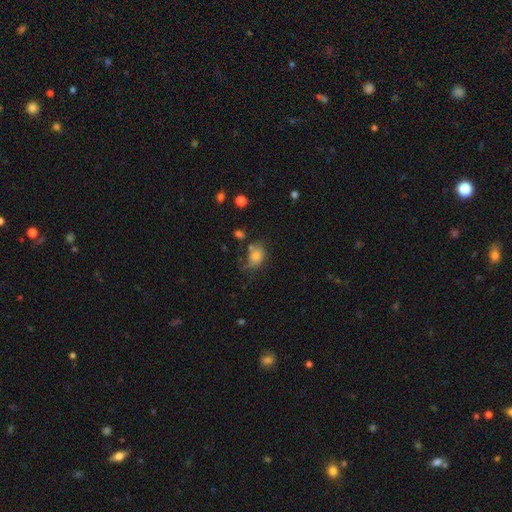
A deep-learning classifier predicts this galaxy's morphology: This appears to be a smooth galaxy with no disk features (75%) that is in between round and cigar-shaped (71%). Merging: none (49%).